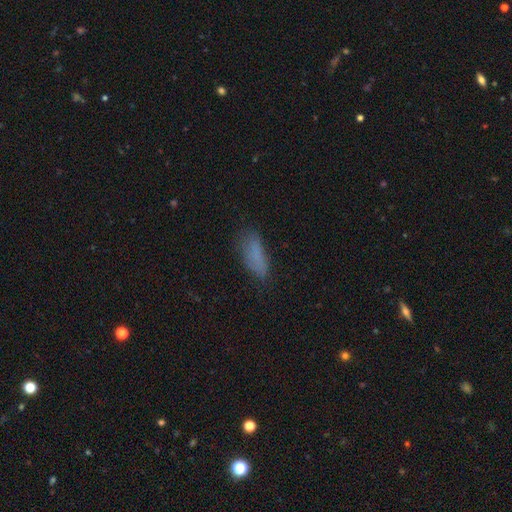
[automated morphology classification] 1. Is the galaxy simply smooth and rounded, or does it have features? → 79% smooth, 11% star or artifact, 10% featured or disk.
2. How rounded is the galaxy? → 56% in between, 42% cigar-shaped, 2% round.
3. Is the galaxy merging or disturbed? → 71% none, 20% minor disturbance, 7% major disturbance, 2% merger.